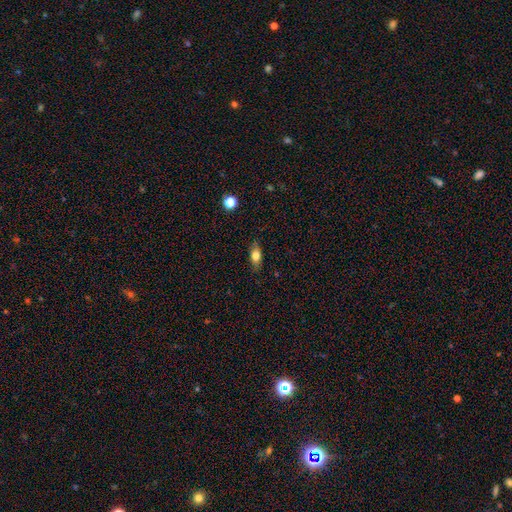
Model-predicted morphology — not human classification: This is likely a smooth galaxy (70%). How rounded: likely in between (76%). Merging: clearly none (82%).